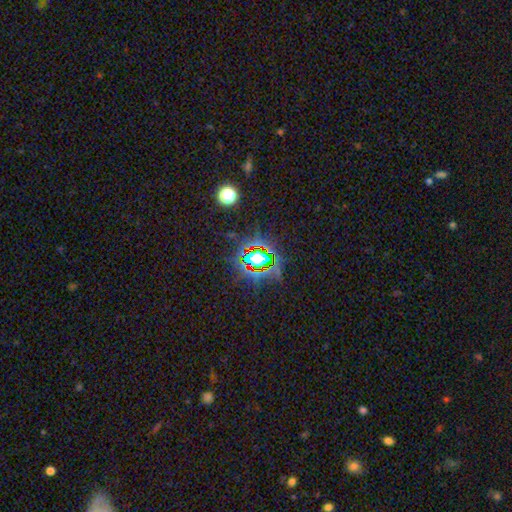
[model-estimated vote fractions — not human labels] smooth_or_featured: star or artifact (p=0.73) [alt: smooth p=0.16]